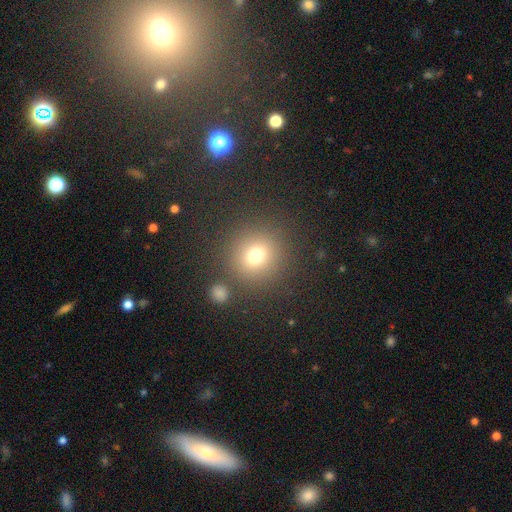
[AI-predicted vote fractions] A smooth galaxy with no disk features (73%) that is round (89%). Merging: none (83%).